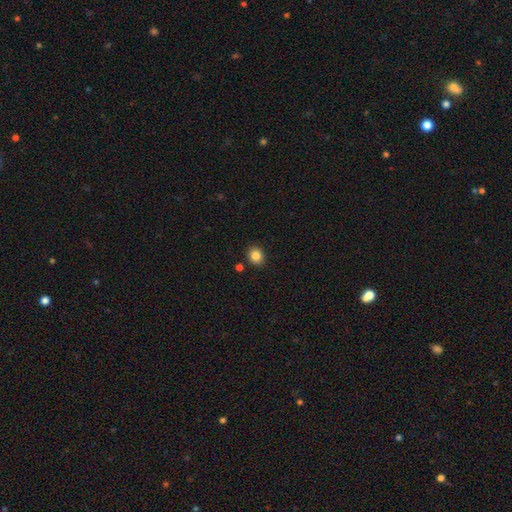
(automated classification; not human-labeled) smooth-or-featured: smooth: 85% | star or artifact: 11% | featured or disk: 5%
  how-rounded: round: 77% | in between: 22% | cigar-shaped: 1%
  merging: none: 88% | minor disturbance: 7% | merger: 3% | major disturbance: 2%